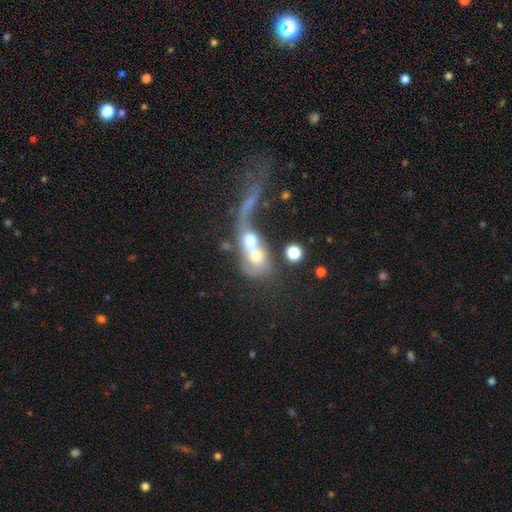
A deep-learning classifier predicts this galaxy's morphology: Q: Smooth or featured?
A: smooth (54%); runner-up: featured or disk (35%)
Q: How rounded?
A: round (50%); runner-up: in between (45%)
Q: Merging?
A: merger (78%); runner-up: major disturbance (11%)